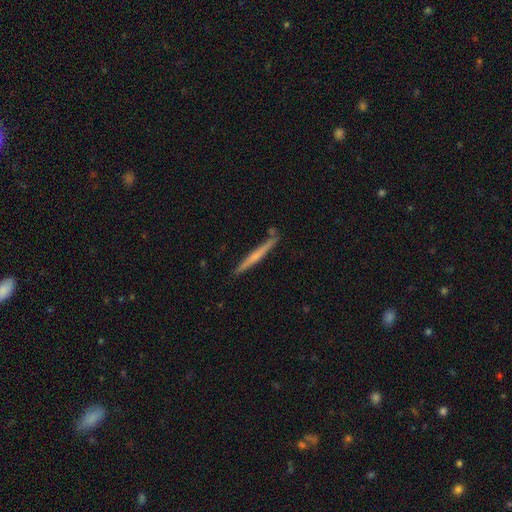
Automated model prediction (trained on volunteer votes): The model was most divided on "smooth or featured": featured or disk: 49%, smooth: 45%, star or artifact: 5%. More confident: merging — none (85%).